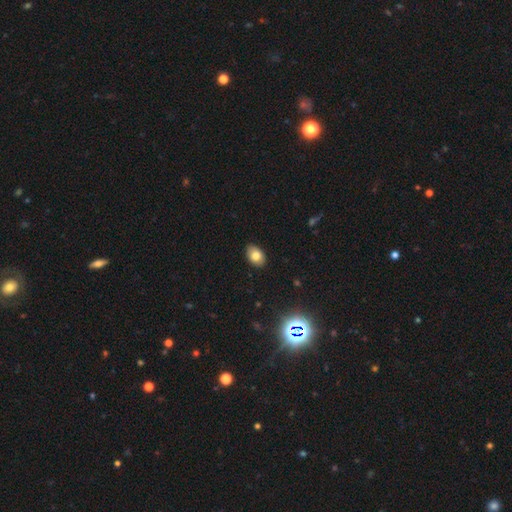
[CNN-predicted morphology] This is likely a smooth galaxy (79%). How rounded: clearly in between (86%). Merging: clearly none (86%).